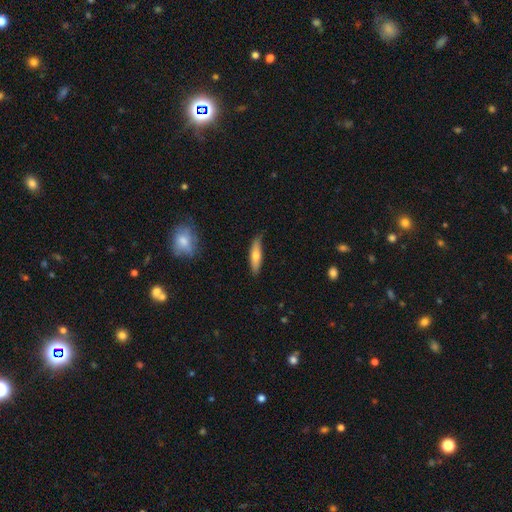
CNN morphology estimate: A smooth galaxy with no disk features (64%) that is cigar-shaped (69%).

Vote fractions:
- Smooth or featured? smooth: 64% / featured or disk: 31% / star or artifact: 6%
- How rounded? cigar-shaped: 69% / in between: 29% / round: 2%
- Merging? none: 74% / minor disturbance: 21% / major disturbance: 3% / merger: 2%